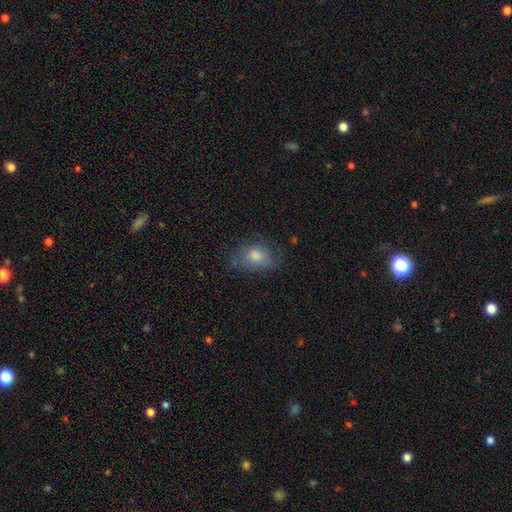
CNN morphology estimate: This is possibly a smooth galaxy (57%). How rounded: likely in between (68%). Merging: likely none (63%).